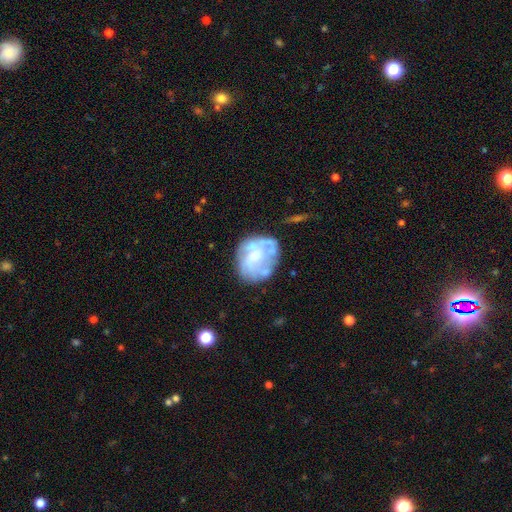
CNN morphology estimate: Smooth or featured? Predicted: featured or disk (p=0.64). Edge-on disk? Predicted: no (p=0.98). Bar? Predicted: no (p=0.73). Spiral arms? Predicted: no (p=0.53). Bulge size? Predicted: moderate (p=0.47). Merging? Predicted: none (p=0.59).